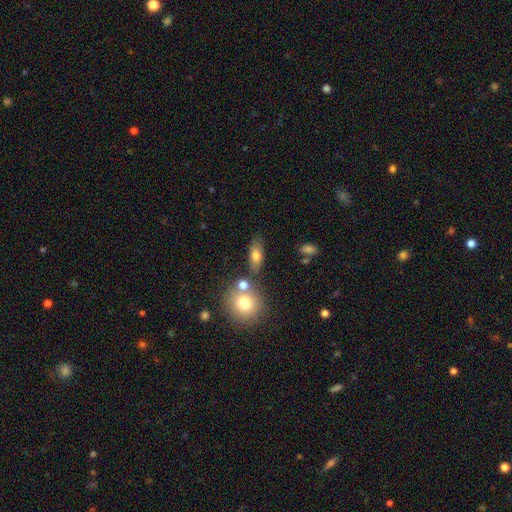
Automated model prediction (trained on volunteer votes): A smooth galaxy with no disk features (73%) that is in between round and cigar-shaped (76%).

Vote fractions:
- Smooth or featured? smooth: 73% / featured or disk: 17% / star or artifact: 10%
- How rounded? in between: 76% / cigar-shaped: 13% / round: 11%
- Merging? none: 68% / minor disturbance: 14% / merger: 12% / major disturbance: 5%